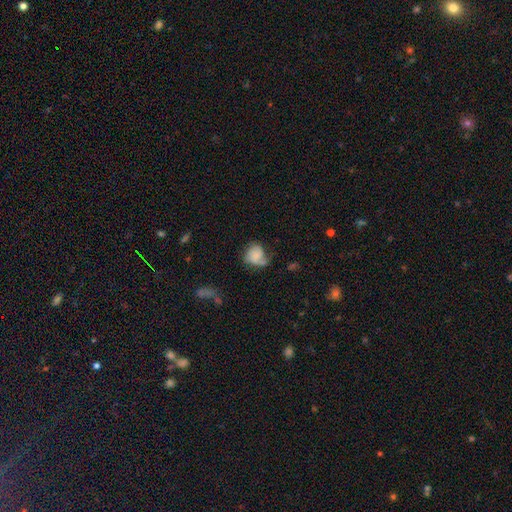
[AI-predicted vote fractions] Q: Smooth or featured?
A: smooth (51%); runner-up: featured or disk (40%)
Q: How rounded?
A: round (54%); runner-up: in between (45%)
Q: Merging?
A: none (38%); runner-up: minor disturbance (29%)